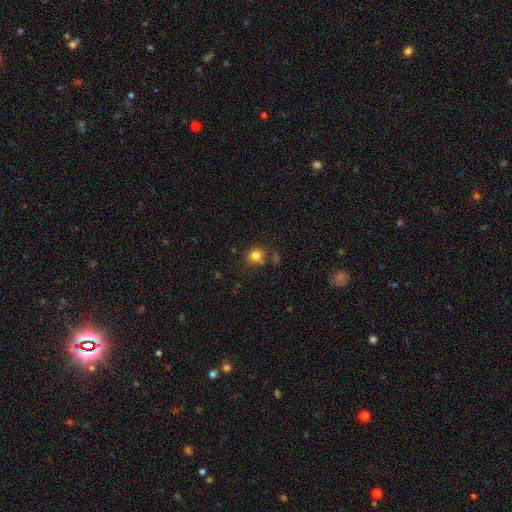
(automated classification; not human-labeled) The model was most divided on "merging": none: 72%, minor disturbance: 14%, merger: 10%, major disturbance: 5%. More confident: how rounded — round (84%); smooth or featured — smooth (81%).